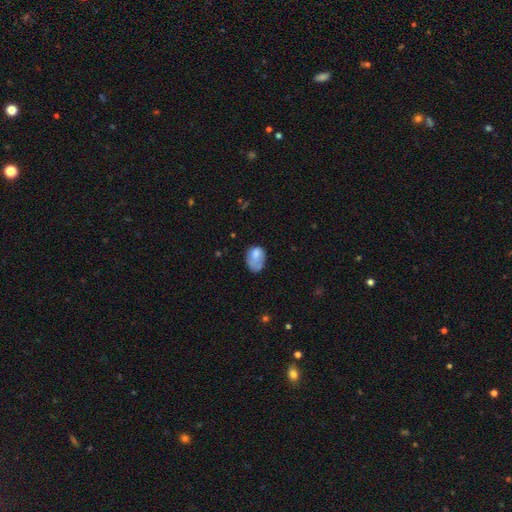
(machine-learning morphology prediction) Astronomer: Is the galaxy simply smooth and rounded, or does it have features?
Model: smooth — 73%.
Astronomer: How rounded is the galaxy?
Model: in between — 77%.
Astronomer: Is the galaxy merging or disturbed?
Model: none — 38% (runner-up: minor disturbance, 35%).